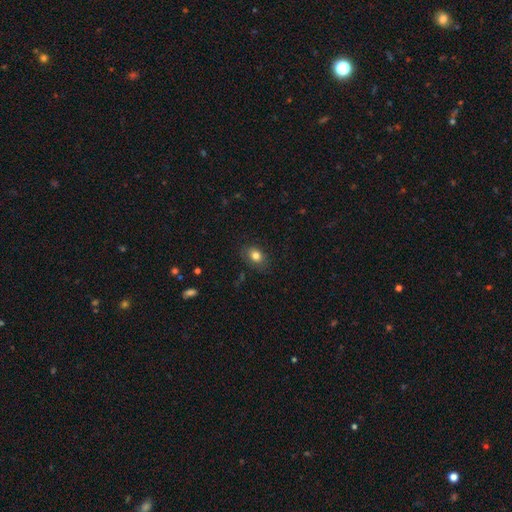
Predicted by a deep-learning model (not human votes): Morphology: type=smooth (81%); roundness=in between (68%); merging=none (82%).